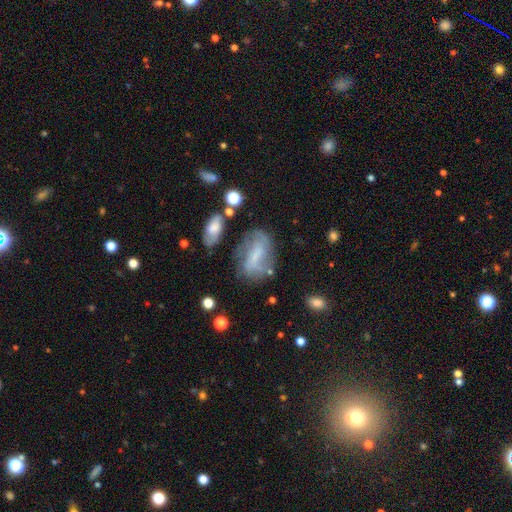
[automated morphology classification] Smooth or featured? featured or disk (62%)
Edge-on disk? no (95%)
Bar? weak (44%)
Spiral arms? yes (76%)
Bulge size? small (40%)
Merging? none (54%)